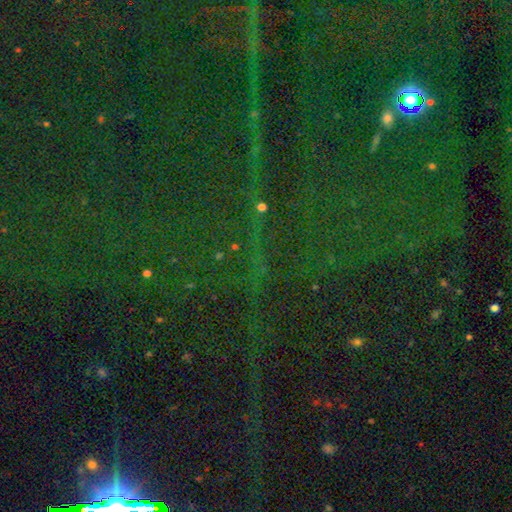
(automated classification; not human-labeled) Smooth or featured?
  - star or artifact: 85% *
  - smooth: 8%
  - featured or disk: 7%